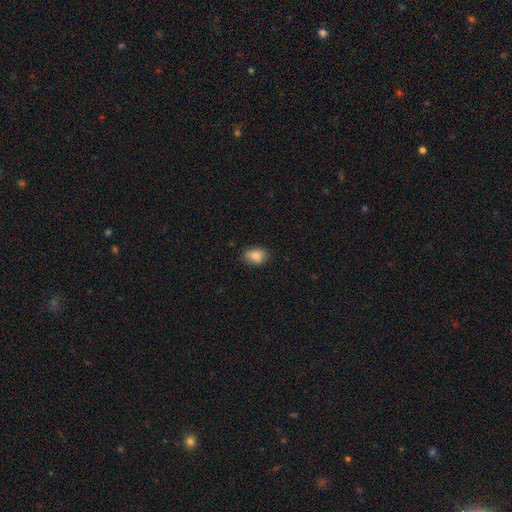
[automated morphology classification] Q: Smooth or featured?
A: smooth (86%); runner-up: star or artifact (8%)
Q: How rounded?
A: in between (80%); runner-up: round (19%)
Q: Merging?
A: none (78%); runner-up: minor disturbance (18%)